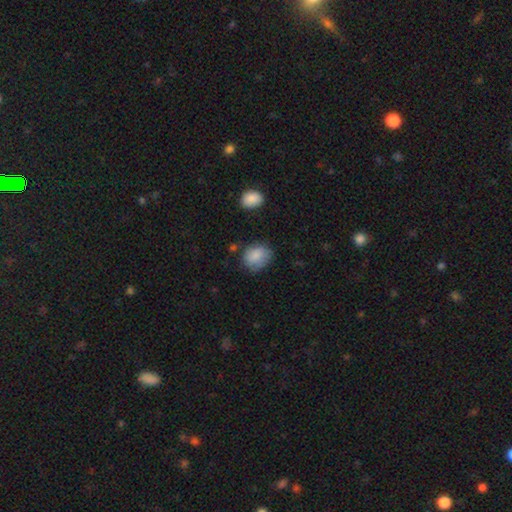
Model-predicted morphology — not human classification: The model was most divided on "how rounded": round: 54%, in between: 45%, cigar-shaped: 1%. More confident: smooth or featured — smooth (84%); merging — none (63%).